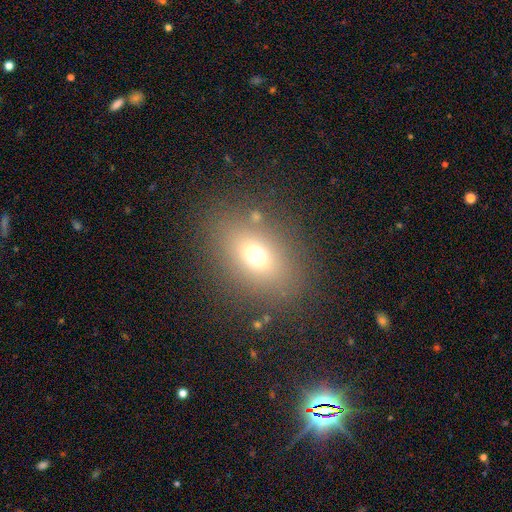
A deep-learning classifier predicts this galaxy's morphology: type=smooth (68%); roundness=in between (67%); merging=none (81%).